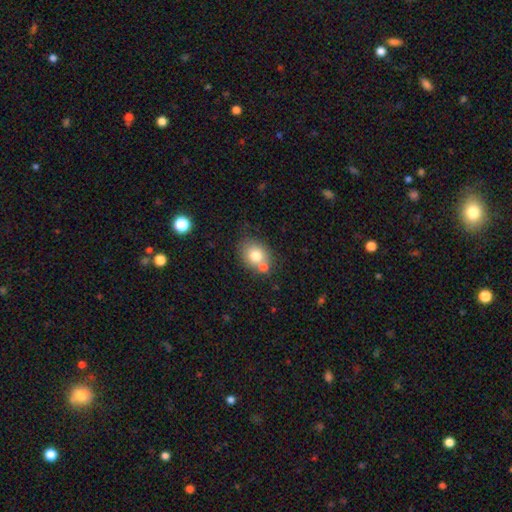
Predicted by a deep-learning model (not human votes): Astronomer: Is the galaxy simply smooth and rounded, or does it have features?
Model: smooth — 76%.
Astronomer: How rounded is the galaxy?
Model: round — 51% (runner-up: in between, 48%).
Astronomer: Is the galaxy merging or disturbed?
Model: none — 55%.